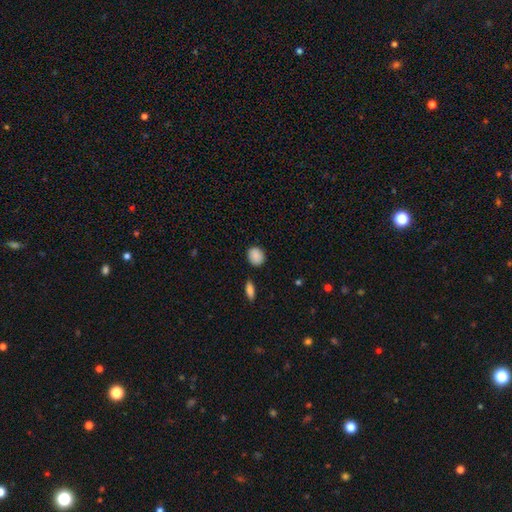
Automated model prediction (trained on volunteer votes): Smooth or featured: smooth — 89% (star or artifact — 7%)
How rounded: round — 61% (in between — 38%)
Merging: none — 85% (minor disturbance — 10%)